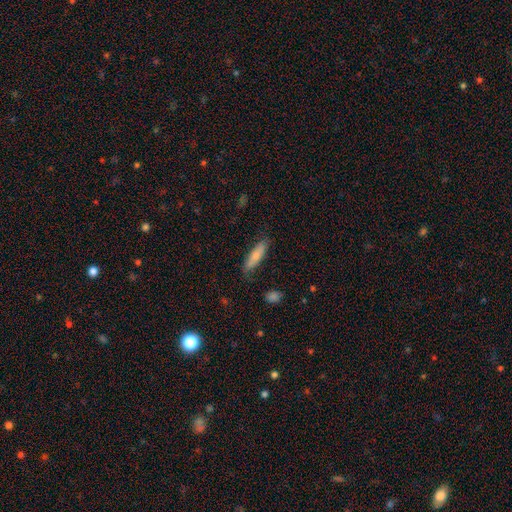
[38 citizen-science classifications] This appears to be a smooth galaxy with no disk features (74%) that is cigar-shaped (61%). Merging: none (81%).